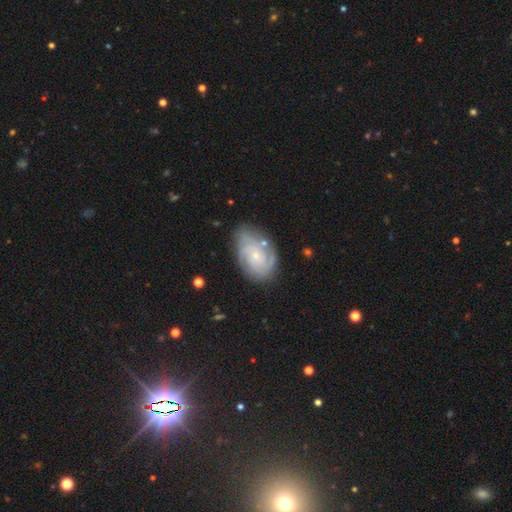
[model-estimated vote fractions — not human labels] Smooth or featured: featured or disk — 80% (smooth — 14%)
Edge-on disk: no — 97% (yes — 3%)
Bar: no — 73% (weak — 24%)
Spiral arms: yes — 95% (no — 5%)
Spiral winding: tight — 63% (medium — 30%)
Spiral arm count: 2 — 31% (can't tell — 28%)
Bulge size: small — 77% (moderate — 18%)
Merging: none — 72% (minor disturbance — 19%)